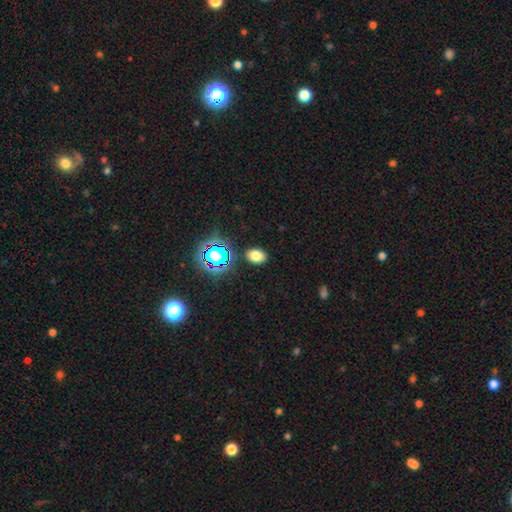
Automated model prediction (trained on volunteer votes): Overall: smooth (73%). How rounded: in between (81%). Merging: none (86%).